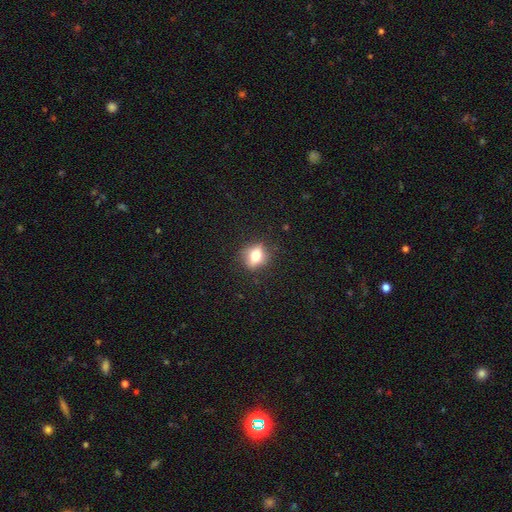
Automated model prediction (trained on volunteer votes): Smooth or featured: smooth — 64% (featured or disk — 25%)
How rounded: round — 51% (in between — 45%)
Merging: none — 81% (minor disturbance — 14%)